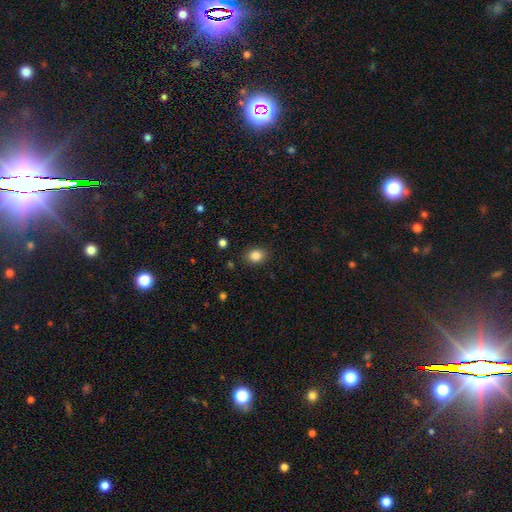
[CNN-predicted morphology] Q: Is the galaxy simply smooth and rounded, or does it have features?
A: smooth — 84%.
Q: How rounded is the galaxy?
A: in between — 51%.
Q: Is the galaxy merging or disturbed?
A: none — 88%.